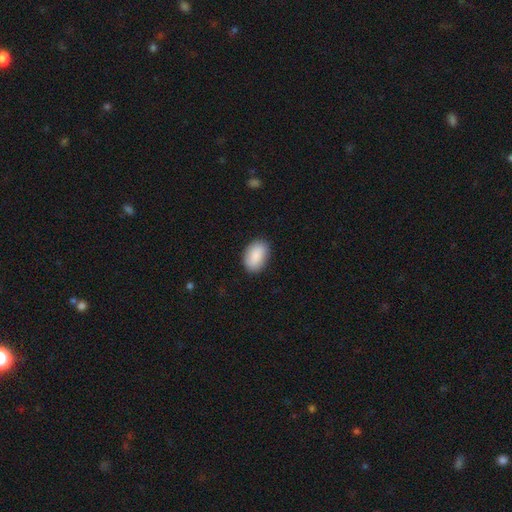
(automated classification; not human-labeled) smooth 89%, star or artifact 6%, featured or disk 6%. Down the decision tree: how rounded — in between (91%); merging — none (86%).